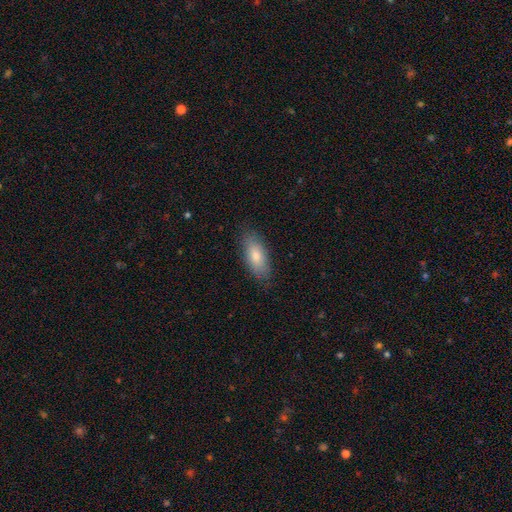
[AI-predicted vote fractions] A smooth galaxy with no disk features (78%) that is in between round and cigar-shaped (79%). Merging: none (85%).